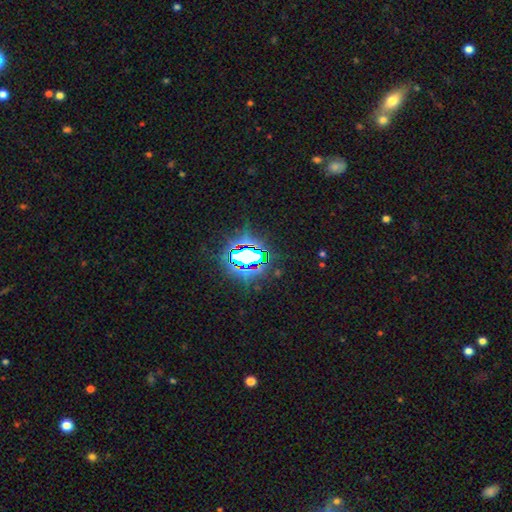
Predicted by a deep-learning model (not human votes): smooth-or-featured: star or artifact: 81% | smooth: 11% | featured or disk: 8%